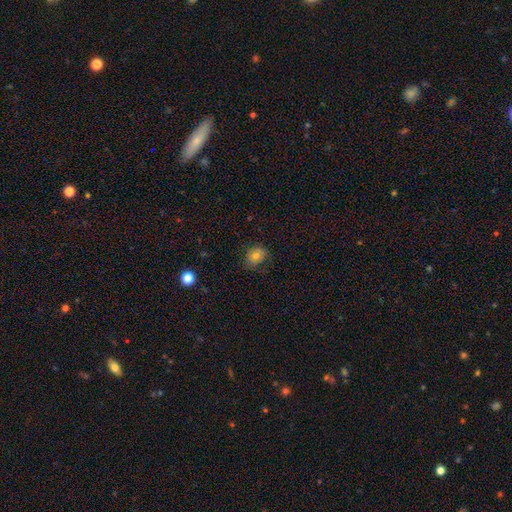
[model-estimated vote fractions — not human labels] Overall: smooth (76%). How rounded: round (51%; in between 48%). Merging: none (73%).